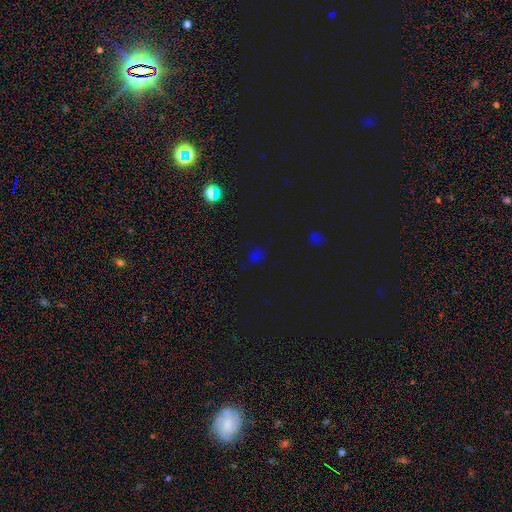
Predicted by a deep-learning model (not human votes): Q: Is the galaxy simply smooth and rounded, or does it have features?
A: smooth — 48%.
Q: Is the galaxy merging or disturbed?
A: none — 73%.